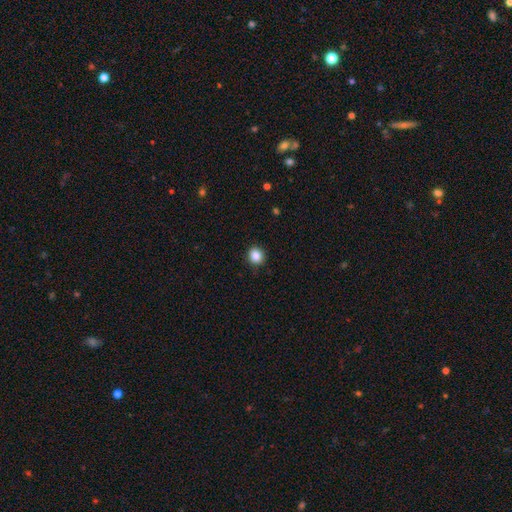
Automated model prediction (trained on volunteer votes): Q: Smooth or featured?
A: smooth (87%); runner-up: star or artifact (10%)
Q: How rounded?
A: round (85%); runner-up: in between (14%)
Q: Merging?
A: none (90%); runner-up: minor disturbance (7%)